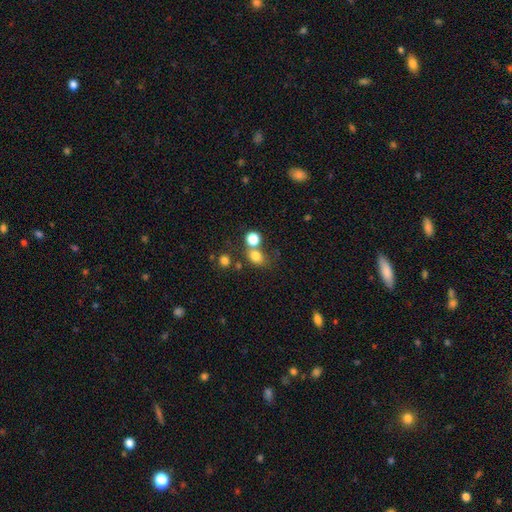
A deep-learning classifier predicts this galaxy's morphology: smooth 77%, star or artifact 15%, featured or disk 9%. Down the decision tree: how rounded — round (62%); merging — none (54%).